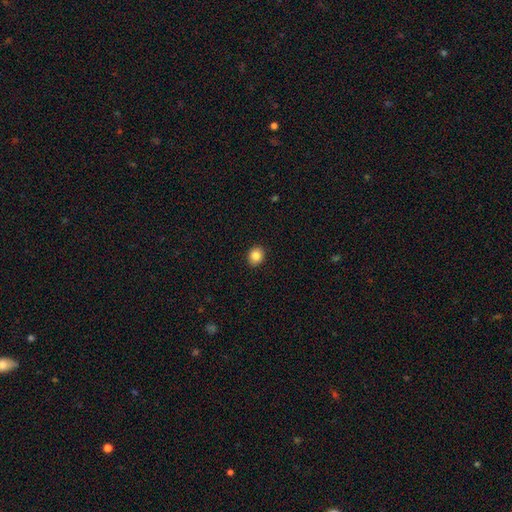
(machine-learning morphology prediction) Smooth or featured: smooth — 84% (star or artifact — 10%)
How rounded: round — 67% (in between — 32%)
Merging: none — 91% (minor disturbance — 6%)